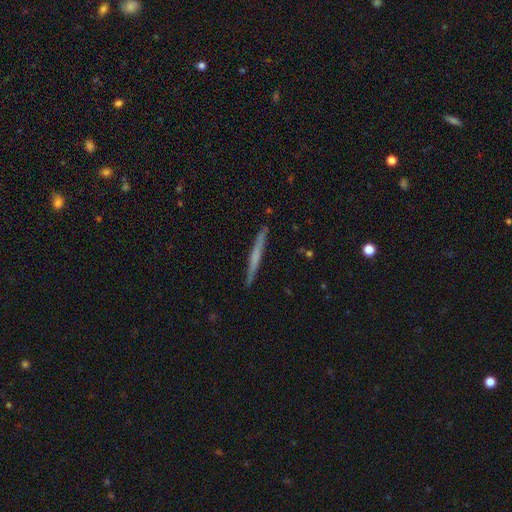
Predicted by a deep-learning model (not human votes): This appears to be a featured or disk galaxy (50%) viewed edge-on (97%). Merging: none (92%).